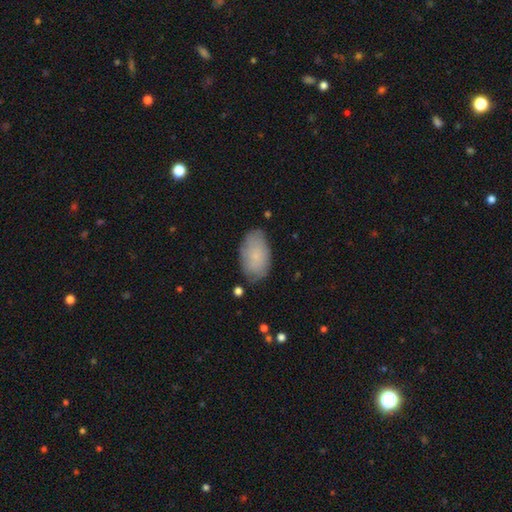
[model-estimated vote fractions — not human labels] A smooth galaxy with no disk features (73%) that is in between round and cigar-shaped (94%).

Vote fractions:
- Smooth or featured? smooth: 73% / featured or disk: 20% / star or artifact: 7%
- How rounded? in between: 94% / round: 5% / cigar-shaped: 2%
- Merging? none: 76% / minor disturbance: 18% / major disturbance: 4% / merger: 2%